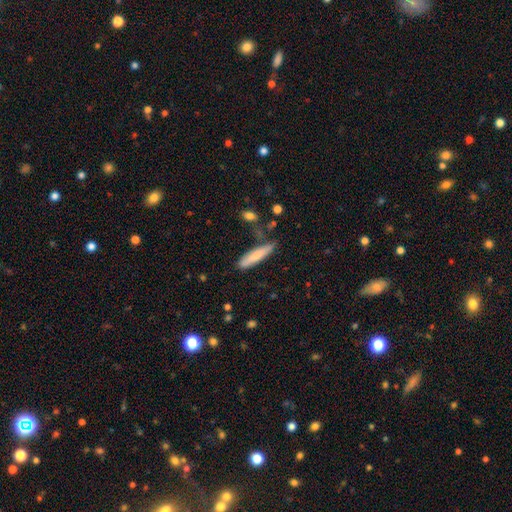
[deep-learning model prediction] Smooth or featured? smooth (72%)
How rounded? cigar-shaped (82%)
Merging? none (71%)